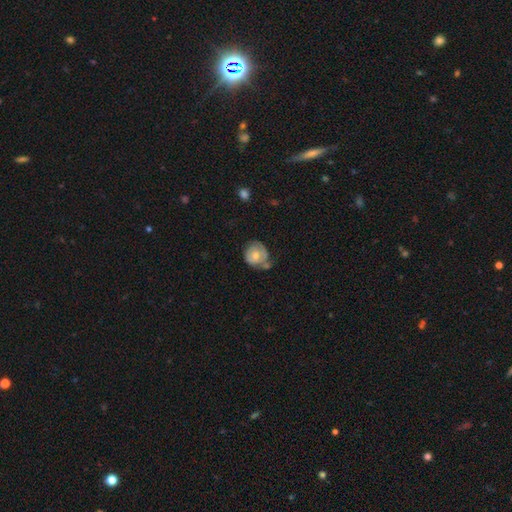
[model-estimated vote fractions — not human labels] Overall: smooth (59%; featured or disk 33%). How rounded: round (82%). Merging: none (45%; minor disturbance 27%).